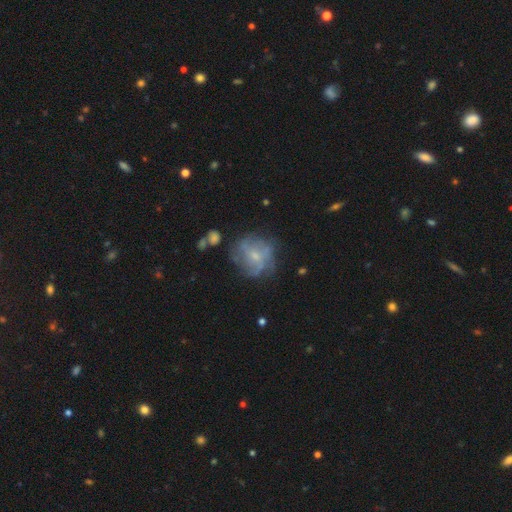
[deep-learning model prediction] This appears to be a featured or disk galaxy (60%) with no bar (61%), spiral arms (63%) and a small central bulge (63%). Merging: none (58%).